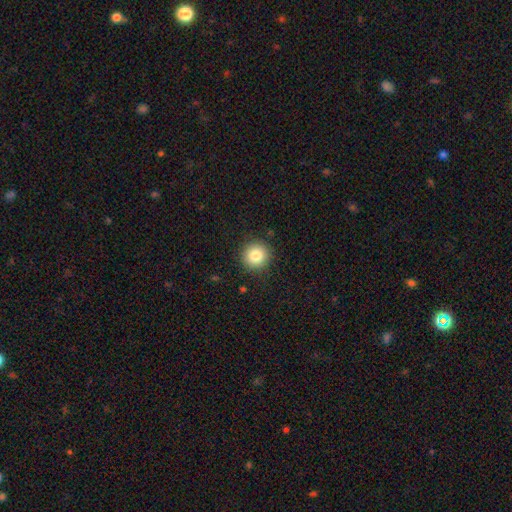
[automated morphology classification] This is clearly a smooth galaxy (83%). How rounded: clearly round (93%). Merging: clearly none (91%).